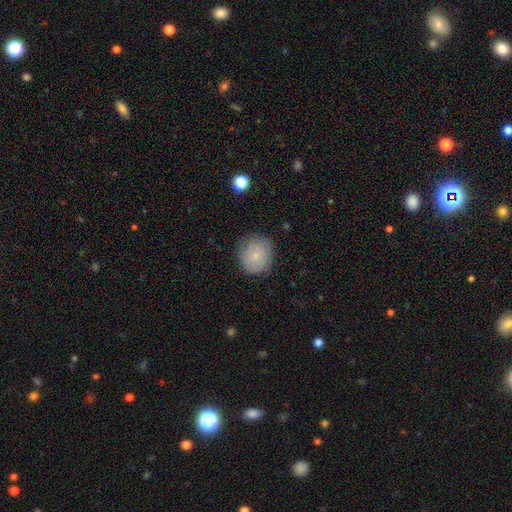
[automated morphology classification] Smooth or featured: smooth — 74% (featured or disk — 18%)
How rounded: round — 86% (in between — 13%)
Merging: none — 81% (minor disturbance — 15%)